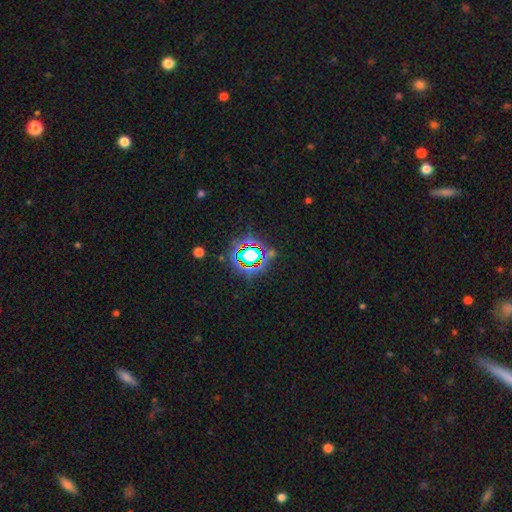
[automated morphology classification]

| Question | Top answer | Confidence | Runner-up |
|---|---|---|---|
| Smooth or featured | star or artifact | 70% | smooth (18%) |